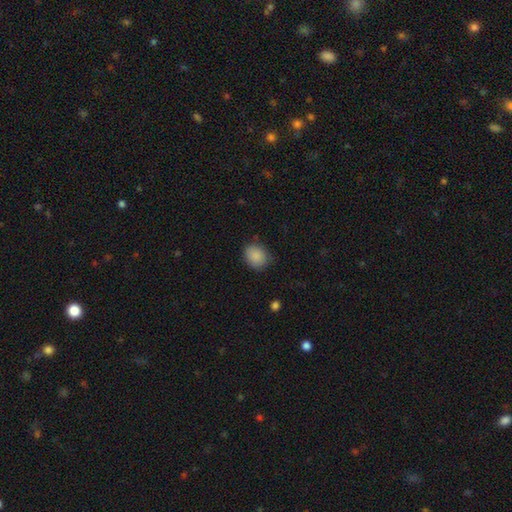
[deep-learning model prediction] This is clearly a smooth galaxy (88%). How rounded: likely round (61%). Merging: likely none (77%).